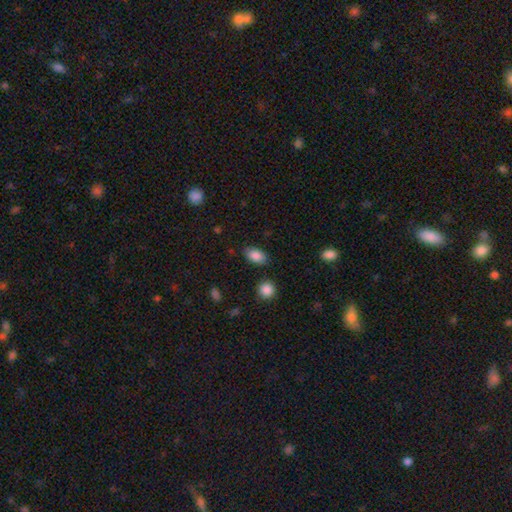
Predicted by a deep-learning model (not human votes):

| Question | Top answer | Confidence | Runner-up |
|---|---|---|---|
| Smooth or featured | smooth | 87% | star or artifact (8%) |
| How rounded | in between | 89% | round (9%) |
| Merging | none | 83% | minor disturbance (12%) |